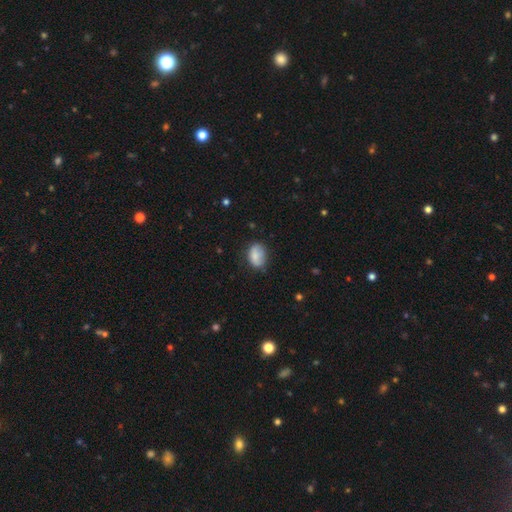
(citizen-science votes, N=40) Smooth or featured?
  - smooth: 80% *
  - featured or disk: 10%
  - star or artifact: 10%
How rounded?
  - round: 50% *
  - in between: 44%
  - cigar-shaped: 6%
Merging?
  - none: 67% *
  - minor disturbance: 33%
  - major disturbance: 0%
  - merger: 0%